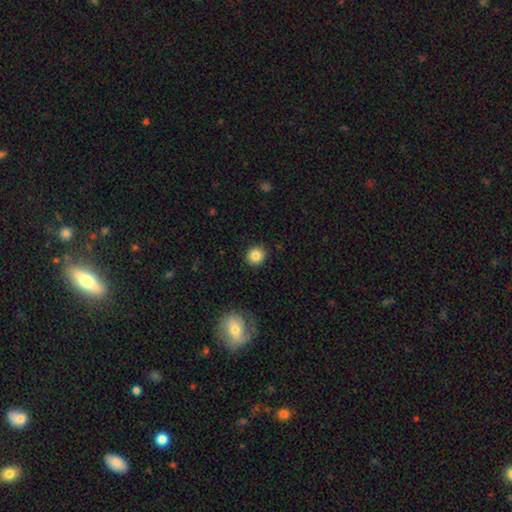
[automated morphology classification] The model was most divided on "smooth or featured": smooth: 84%, star or artifact: 10%, featured or disk: 6%. More confident: merging — none (92%); how rounded — round (90%).